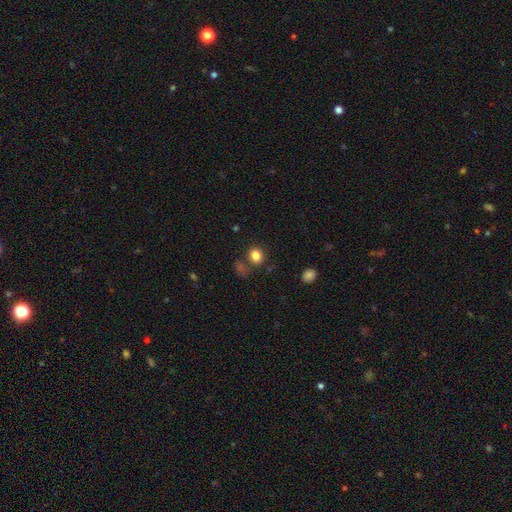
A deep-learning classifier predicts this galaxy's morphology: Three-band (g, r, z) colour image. It shows a smooth galaxy with no disk features (83%) that is round (72%). Merging: none (76%).